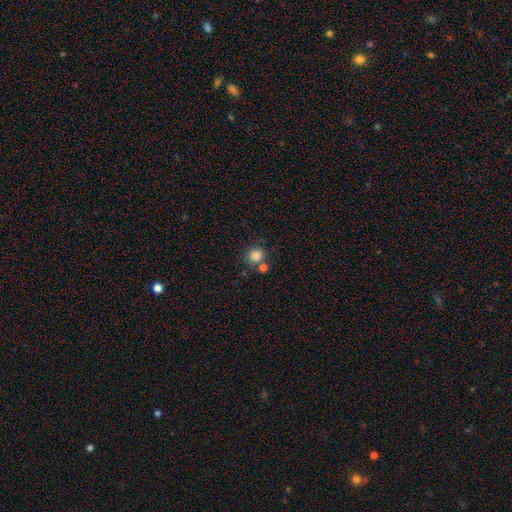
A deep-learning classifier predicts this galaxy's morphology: Smooth or featured? smooth (84%)
How rounded? round (89%)
Merging? none (69%)